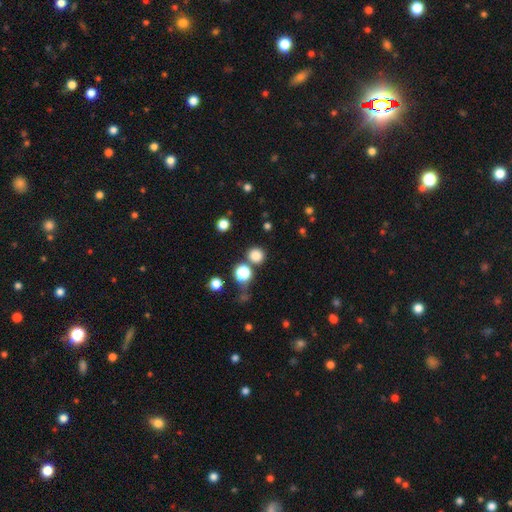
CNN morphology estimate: Smooth or featured?
  - smooth: 82% *
  - star or artifact: 14%
  - featured or disk: 4%
How rounded?
  - round: 91% *
  - in between: 8%
  - cigar-shaped: 1%
Merging?
  - none: 82% *
  - merger: 8%
  - minor disturbance: 7%
  - major disturbance: 3%